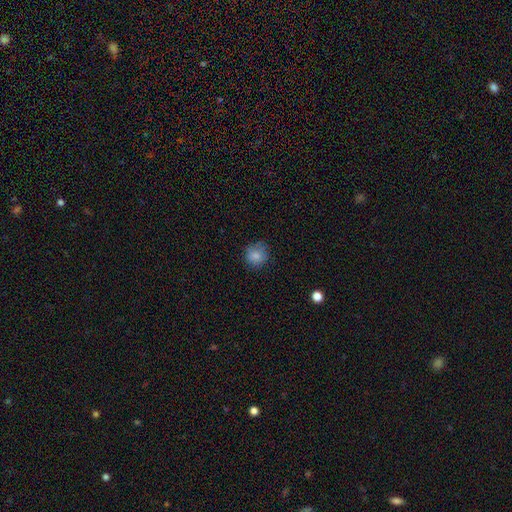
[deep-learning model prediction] smooth_or_featured: smooth (p=0.84) [alt: star or artifact p=0.10]
how_rounded: round (p=0.87) [alt: in between p=0.12]
merging: none (p=0.78) [alt: minor disturbance p=0.17]